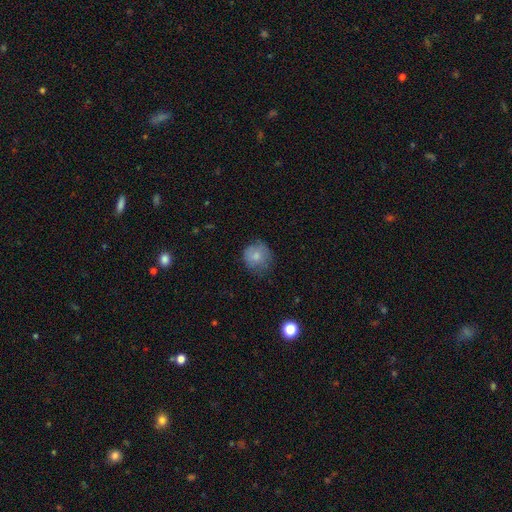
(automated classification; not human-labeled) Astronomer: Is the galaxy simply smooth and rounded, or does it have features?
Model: smooth — 79%.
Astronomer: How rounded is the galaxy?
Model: round — 86%.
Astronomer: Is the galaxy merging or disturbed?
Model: none — 66%.